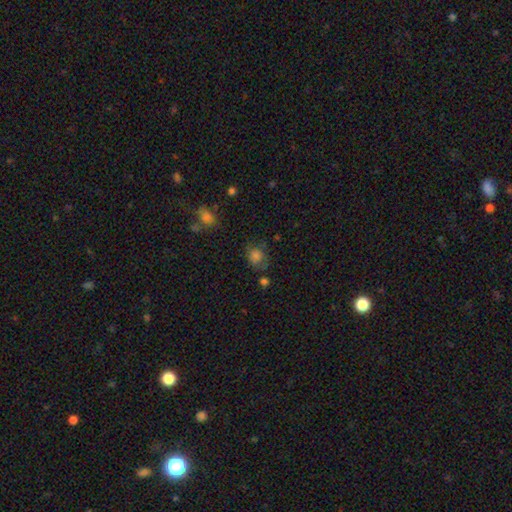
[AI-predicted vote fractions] A smooth galaxy with no disk features (70%) that is round (63%). Merging: none (58%).